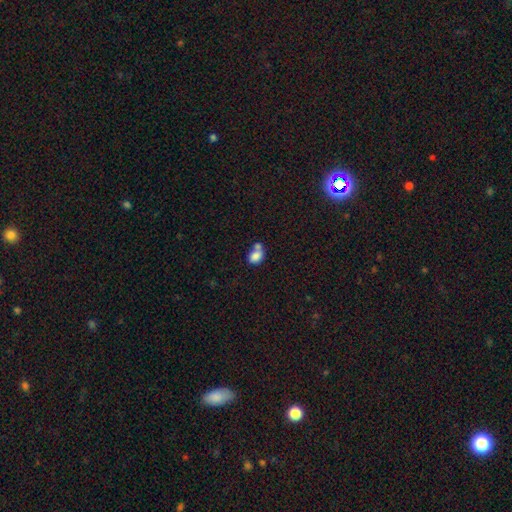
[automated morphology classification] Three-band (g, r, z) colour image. It shows a smooth galaxy with no disk features (80%) that is in between round and cigar-shaped (65%). Merging: merger (52%).